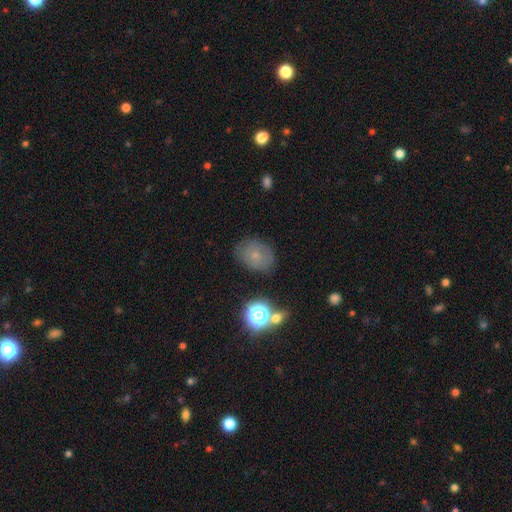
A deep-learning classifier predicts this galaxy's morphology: smooth-or-featured: smooth: 63% | featured or disk: 21% | star or artifact: 16%
  how-rounded: in between: 56% | round: 43% | cigar-shaped: 1%
  merging: none: 76% | minor disturbance: 16% | major disturbance: 5% | merger: 3%